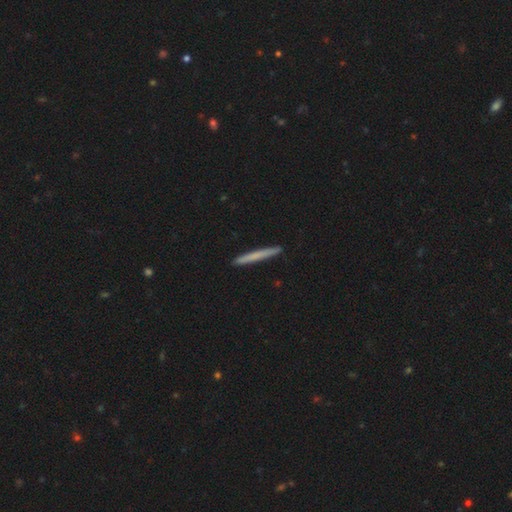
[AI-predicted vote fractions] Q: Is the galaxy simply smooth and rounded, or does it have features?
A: smooth — 66%.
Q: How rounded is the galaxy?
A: cigar-shaped — 97%.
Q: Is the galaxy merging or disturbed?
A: none — 92%.